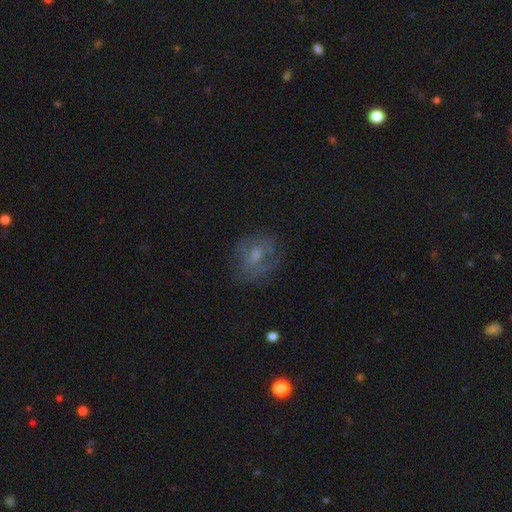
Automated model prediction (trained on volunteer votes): Smooth or featured? featured or disk (46%)
Merging? none (61%)